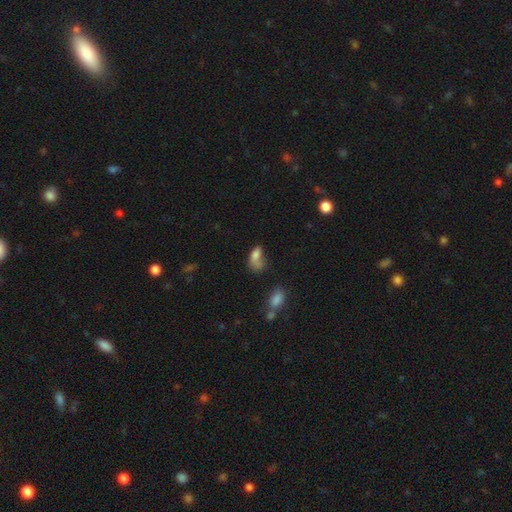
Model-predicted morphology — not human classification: smooth_or_featured: smooth (p=0.72) [alt: featured or disk p=0.15]
how_rounded: in between (p=0.83) [alt: round p=0.10]
merging: major disturbance (p=0.31) [alt: none p=0.26]